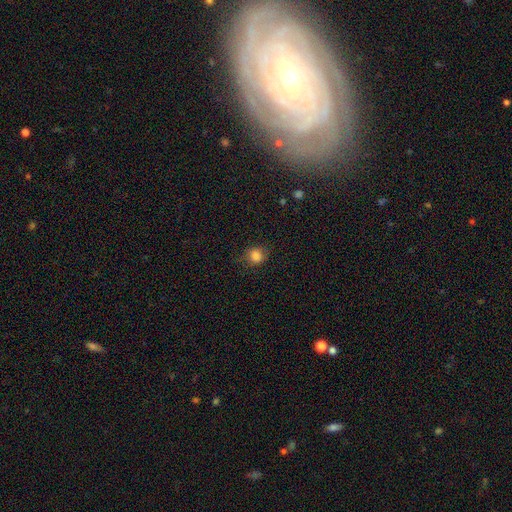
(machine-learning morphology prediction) Smooth or featured? smooth (83%)
How rounded? round (78%)
Merging? none (75%)